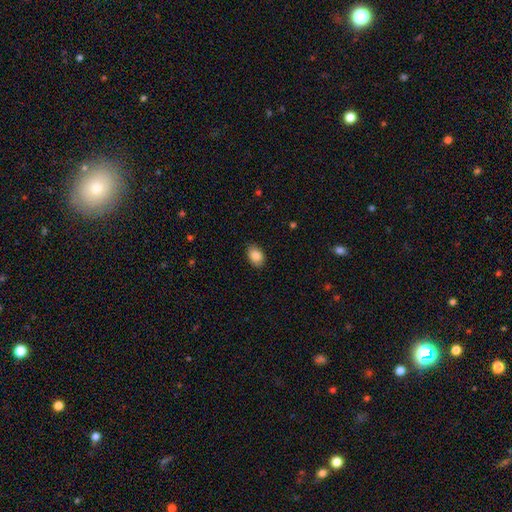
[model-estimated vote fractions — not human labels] Overall: smooth (86%). How rounded: in between (85%). Merging: none (86%).